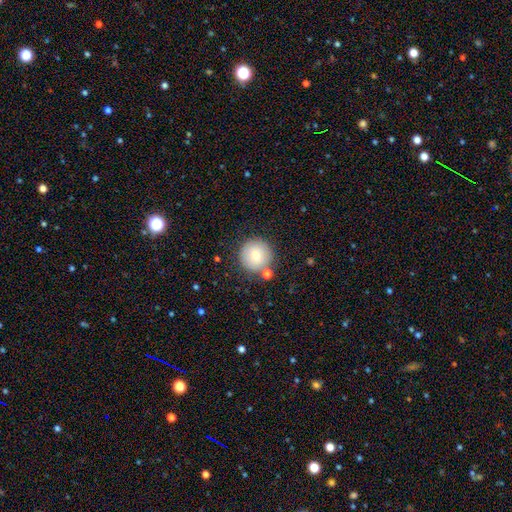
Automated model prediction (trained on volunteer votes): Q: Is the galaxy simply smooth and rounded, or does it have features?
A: smooth — 75%.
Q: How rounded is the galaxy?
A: round — 96%.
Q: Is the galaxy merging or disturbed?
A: none — 80%.